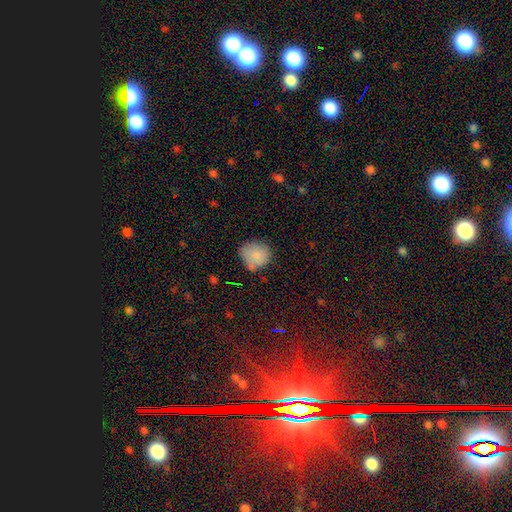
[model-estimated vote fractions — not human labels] Smooth or featured? Predicted: smooth (p=0.83). How rounded? Predicted: round (p=0.82). Merging? Predicted: none (p=0.60).